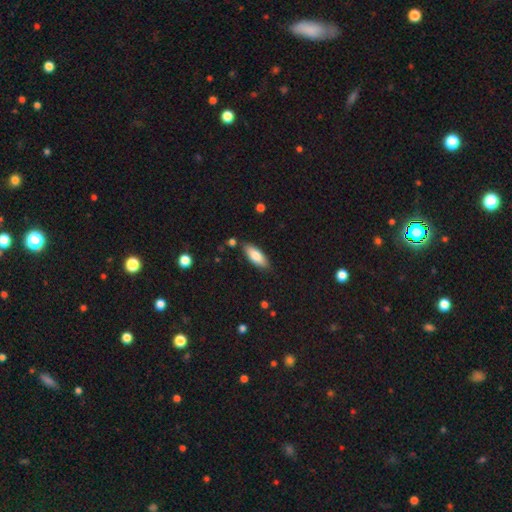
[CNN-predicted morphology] This is likely a smooth galaxy (79%). How rounded: likely in between (74%). Merging: clearly none (84%).